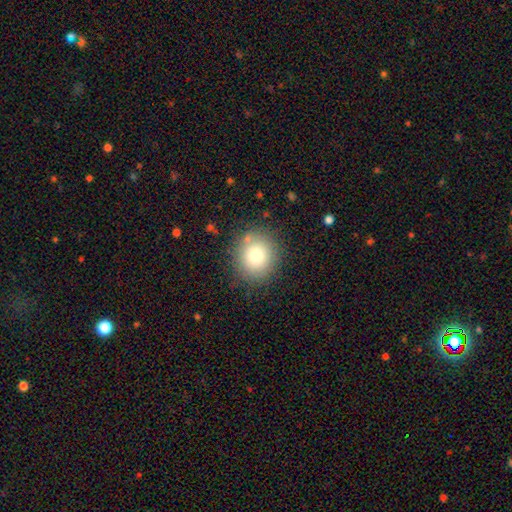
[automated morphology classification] Smooth or featured? smooth (81%)
How rounded? round (84%)
Merging? none (82%)